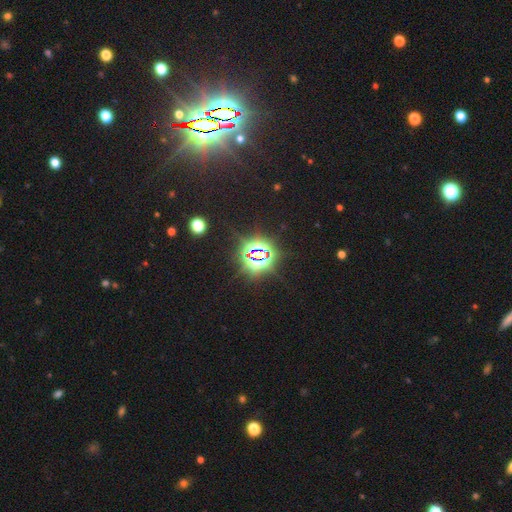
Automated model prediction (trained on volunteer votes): A star or artifact, not a galaxy (83%).

Vote fractions:
- Smooth or featured? star or artifact: 83% / smooth: 9% / featured or disk: 7%